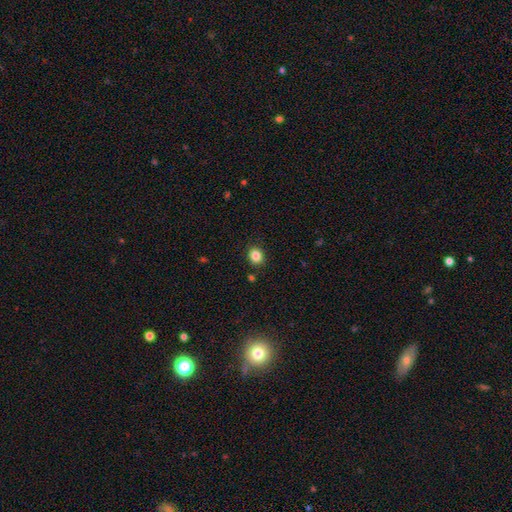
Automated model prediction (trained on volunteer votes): Morphology: type=smooth (85%); roundness=round (72%); merging=none (88%).